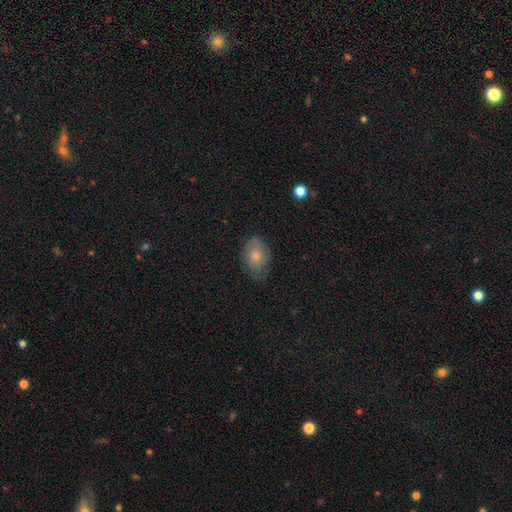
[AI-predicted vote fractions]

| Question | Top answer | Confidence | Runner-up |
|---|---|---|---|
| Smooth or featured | smooth | 70% | featured or disk (22%) |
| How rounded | in between | 79% | round (20%) |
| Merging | none | 64% | minor disturbance (28%) |